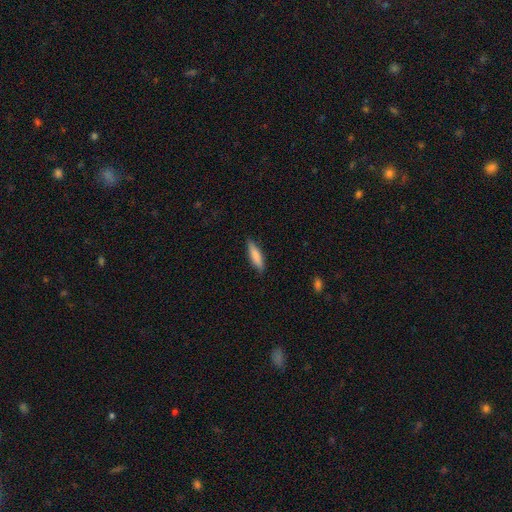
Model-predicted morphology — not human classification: The model was most divided on "how rounded": cigar-shaped: 75%, in between: 24%, round: 1%. More confident: merging — none (86%); smooth or featured — smooth (80%).